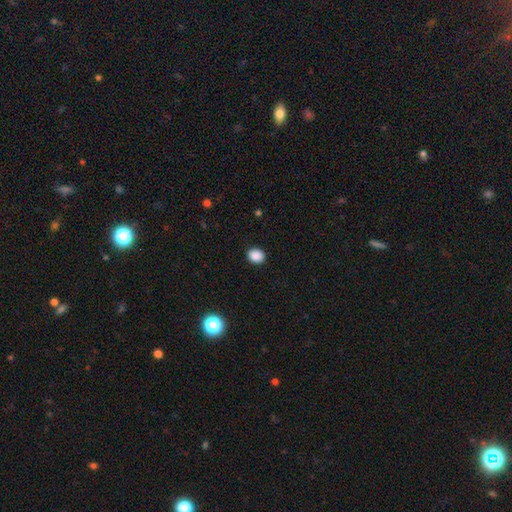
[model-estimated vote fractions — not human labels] smooth 88%, star or artifact 9%, featured or disk 3%. Down the decision tree: how rounded — round (59%); merging — none (90%).